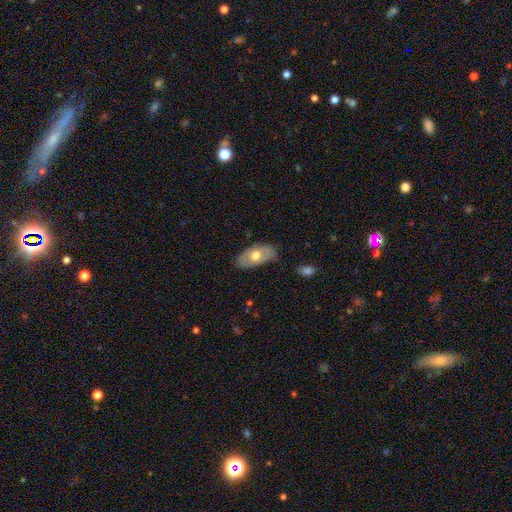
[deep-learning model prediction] A smooth galaxy with no disk features (54%) that is in between round and cigar-shaped (92%). Merging: none (76%).